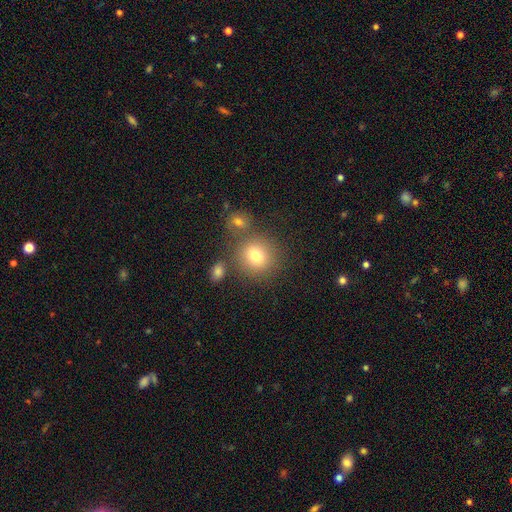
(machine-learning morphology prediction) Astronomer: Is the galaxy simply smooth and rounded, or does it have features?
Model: smooth — 77%.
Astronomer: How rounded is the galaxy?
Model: round — 85%.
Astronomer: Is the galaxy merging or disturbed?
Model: none — 71%.